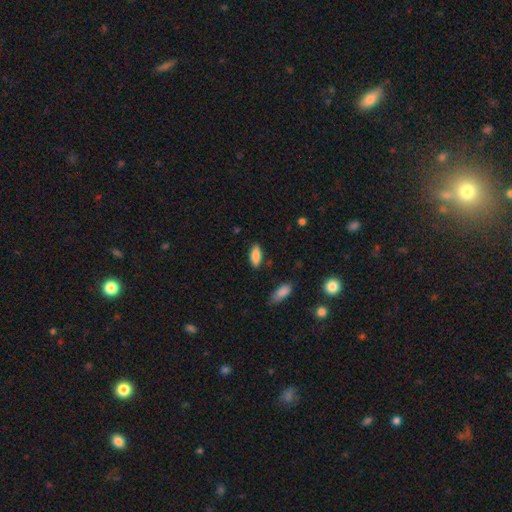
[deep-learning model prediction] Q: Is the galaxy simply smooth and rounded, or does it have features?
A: smooth — 87%.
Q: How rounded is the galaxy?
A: in between — 81%.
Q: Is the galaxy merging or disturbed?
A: none — 85%.